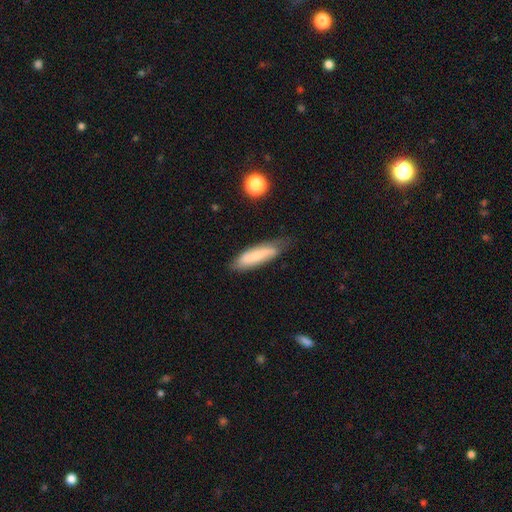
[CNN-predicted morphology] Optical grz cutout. It shows a smooth galaxy with no disk features (61%) that is cigar-shaped (57%). Merging: none (65%).